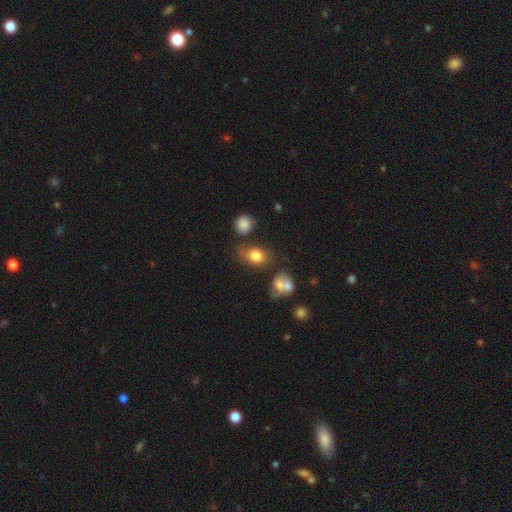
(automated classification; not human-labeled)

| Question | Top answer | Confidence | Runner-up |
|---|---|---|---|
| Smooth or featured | smooth | 79% | star or artifact (11%) |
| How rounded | in between | 62% | round (36%) |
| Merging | none | 61% | minor disturbance (21%) |